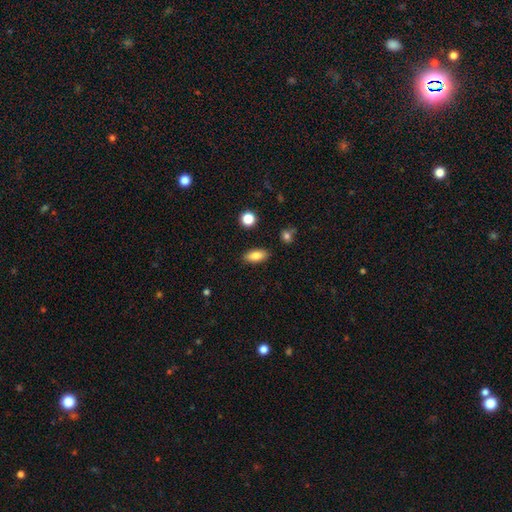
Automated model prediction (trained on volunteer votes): Overall: smooth (83%). How rounded: in between (84%). Merging: none (88%).